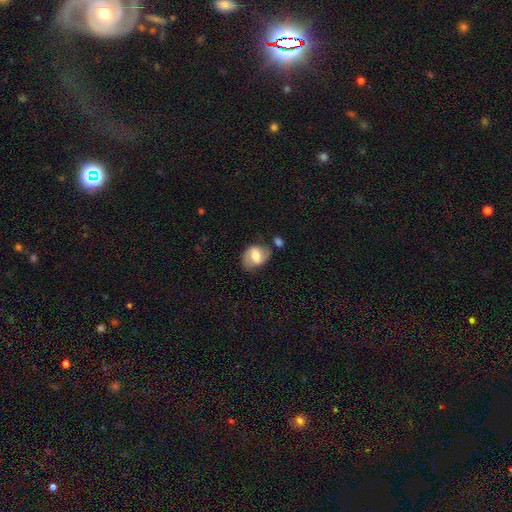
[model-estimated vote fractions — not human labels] smooth 52%, featured or disk 40%, star or artifact 8%. Down the decision tree: how rounded — in between (72%); merging — none (59%).